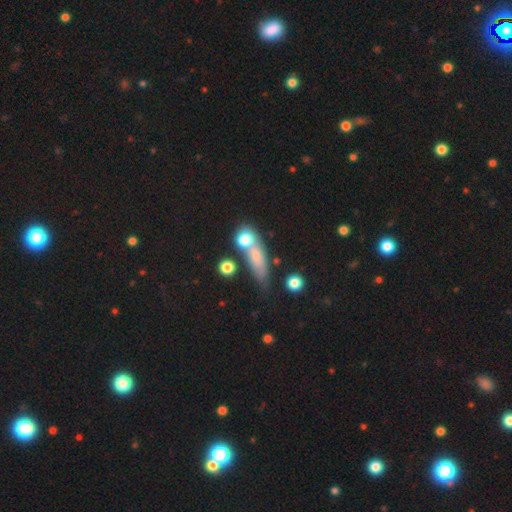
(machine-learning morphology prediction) smooth_or_featured: smooth (p=0.63) [alt: featured or disk p=0.24]
how_rounded: cigar-shaped (p=0.44) [alt: in between p=0.43]
merging: none (p=0.45) [alt: merger p=0.28]